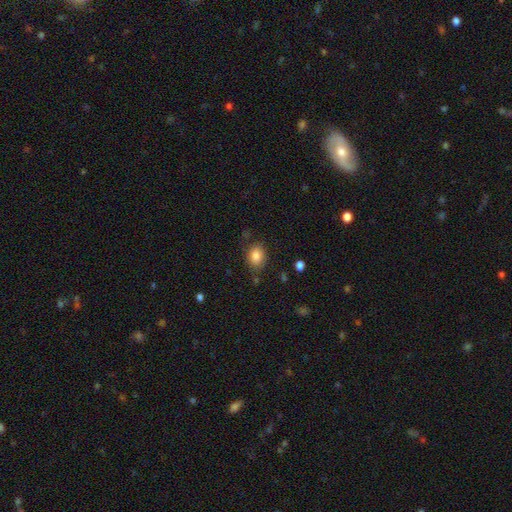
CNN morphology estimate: Smooth or featured?
  - smooth: 83% *
  - star or artifact: 9%
  - featured or disk: 7%
How rounded?
  - in between: 61% *
  - round: 38%
  - cigar-shaped: 1%
Merging?
  - none: 79% *
  - minor disturbance: 15%
  - major disturbance: 4%
  - merger: 3%